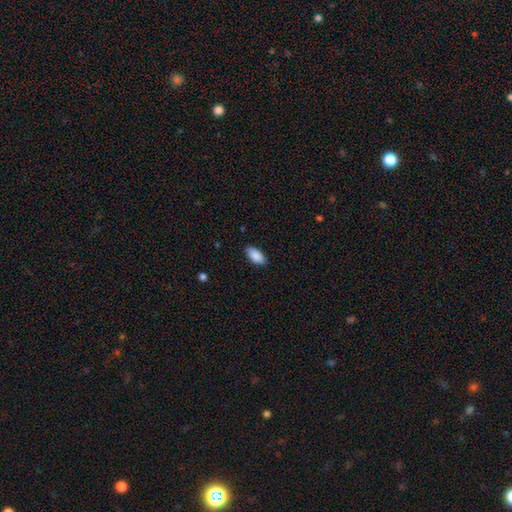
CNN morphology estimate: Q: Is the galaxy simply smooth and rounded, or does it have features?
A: smooth — 90%.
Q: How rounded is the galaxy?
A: in between — 93%.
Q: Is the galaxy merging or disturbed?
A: none — 87%.